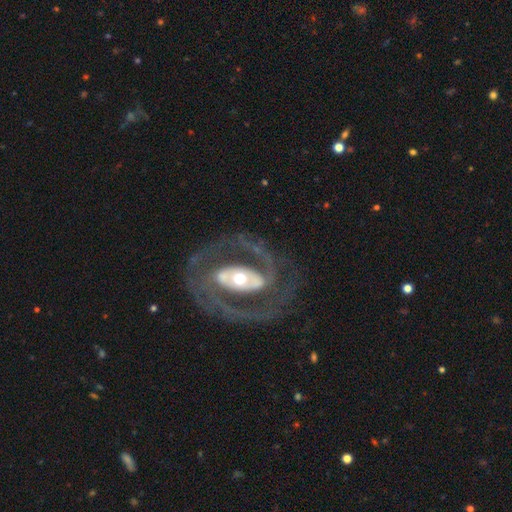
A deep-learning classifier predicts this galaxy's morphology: Smooth or featured?
  - featured or disk: 87% *
  - smooth: 7%
  - star or artifact: 6%
Edge-on disk?
  - no: 94% *
  - yes: 6%
Bar?
  - strong: 55% *
  - weak: 26%
  - no: 19%
Spiral arms?
  - yes: 85% *
  - no: 15%
Spiral winding?
  - tight: 47% *
  - medium: 42%
  - loose: 12%
Spiral arm count?
  - 2: 83% *
  - can't tell: 8%
  - 3: 3%
  - 1: 3%
  - 4: 2%
  - more than 4: 2%
Bulge size?
  - moderate: 51% *
  - small: 36%
  - large: 10%
  - dominant: 2%
  - none: 2%
Merging?
  - none: 77% *
  - minor disturbance: 12%
  - major disturbance: 9%
  - merger: 2%